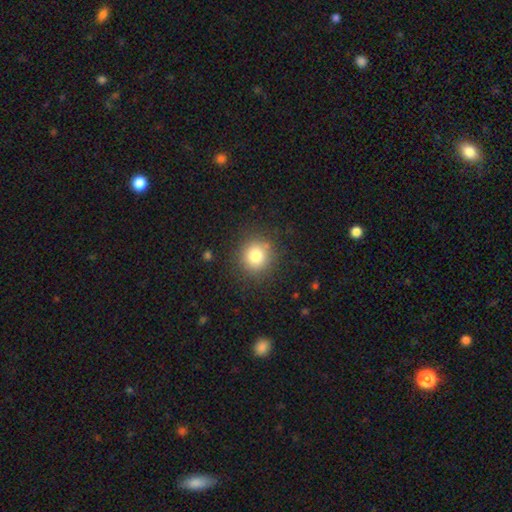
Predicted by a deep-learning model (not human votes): The model was most divided on "smooth or featured": smooth: 81%, star or artifact: 12%, featured or disk: 8%. More confident: how rounded — round (90%); merging — none (86%).